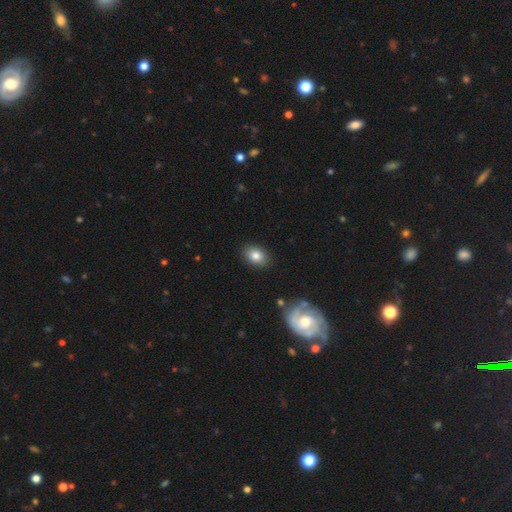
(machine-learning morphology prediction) Smooth or featured?
  - smooth: 82% *
  - featured or disk: 10%
  - star or artifact: 9%
How rounded?
  - in between: 73% *
  - round: 26%
  - cigar-shaped: 1%
Merging?
  - none: 87% *
  - minor disturbance: 9%
  - major disturbance: 2%
  - merger: 2%